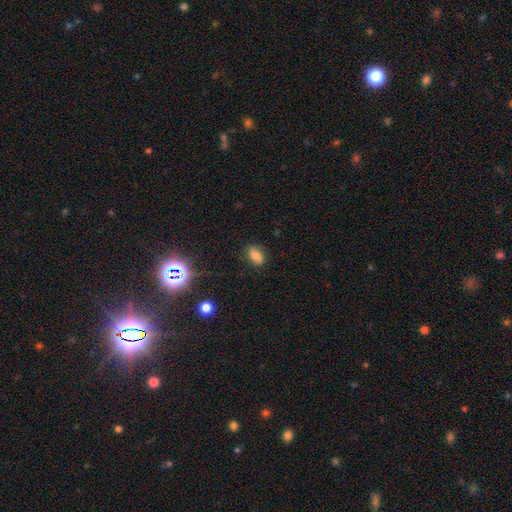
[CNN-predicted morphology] Overall: smooth (76%). How rounded: in between (87%). Merging: none (79%).